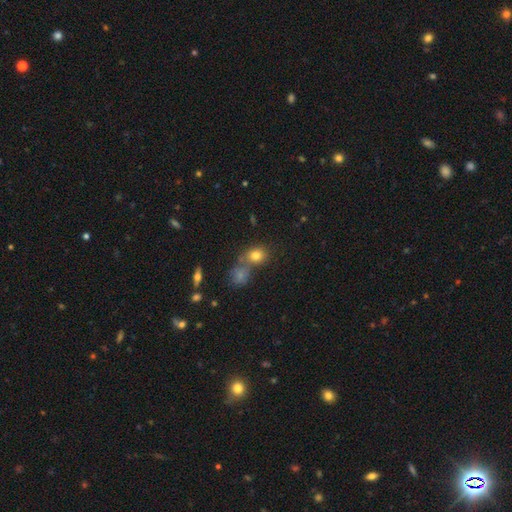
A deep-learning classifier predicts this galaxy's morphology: Smooth or featured? Predicted: smooth (p=0.78). How rounded? Predicted: round (p=0.63). Merging? Predicted: none (p=0.53).